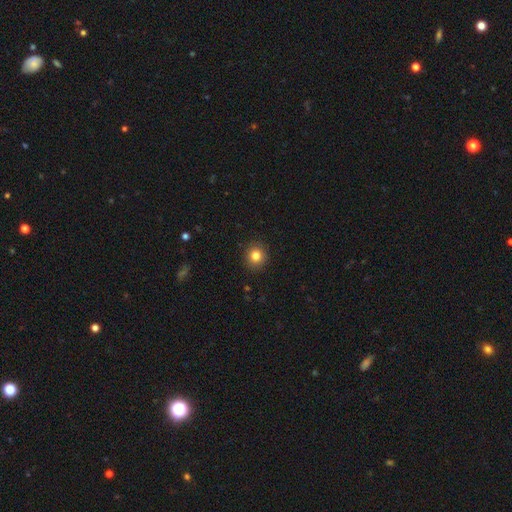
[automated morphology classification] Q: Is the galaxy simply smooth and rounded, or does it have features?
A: smooth — 83%.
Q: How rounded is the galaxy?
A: round — 87%.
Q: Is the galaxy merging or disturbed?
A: none — 91%.